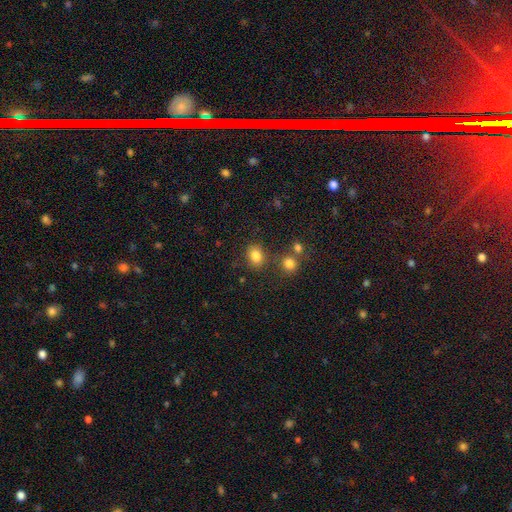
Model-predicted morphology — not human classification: Smooth or featured: smooth — 82% (star or artifact — 12%)
How rounded: in between — 52% (round — 47%)
Merging: none — 73% (minor disturbance — 12%)